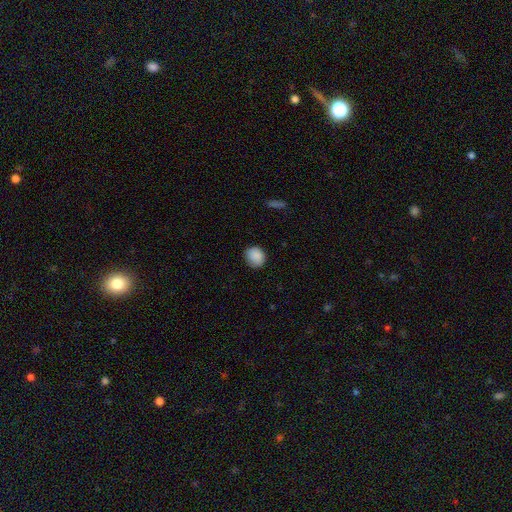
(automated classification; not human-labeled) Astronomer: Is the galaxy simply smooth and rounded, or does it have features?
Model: smooth — 88%.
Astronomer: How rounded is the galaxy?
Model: round — 74%.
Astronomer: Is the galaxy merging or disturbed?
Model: none — 80%.